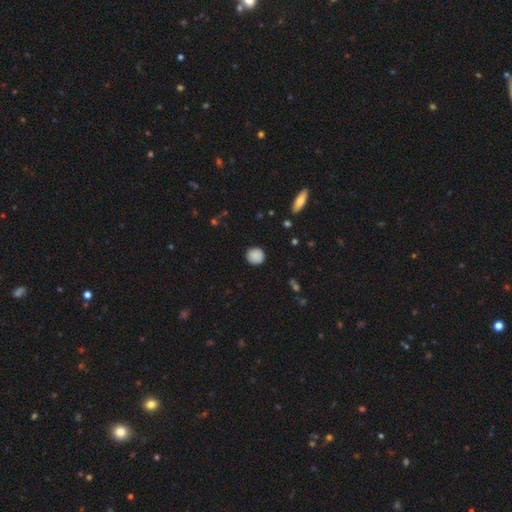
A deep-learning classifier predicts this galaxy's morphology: Smooth or featured? Predicted: smooth (p=0.88). How rounded? Predicted: round (p=0.92). Merging? Predicted: none (p=0.89).